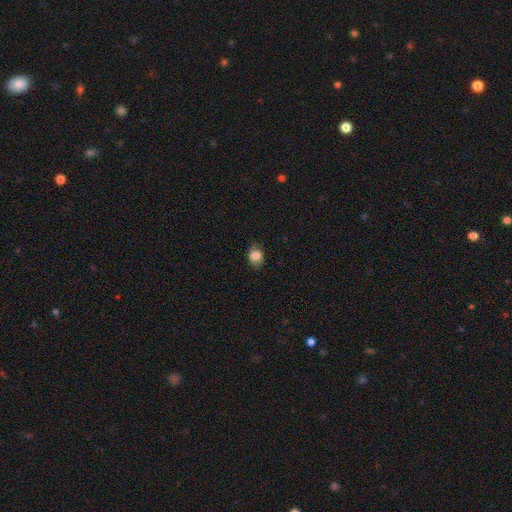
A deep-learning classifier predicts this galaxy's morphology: smooth_or_featured: smooth (p=0.83) [alt: star or artifact p=0.10]
how_rounded: round (p=0.58) [alt: in between p=0.41]
merging: none (p=0.79) [alt: minor disturbance p=0.16]